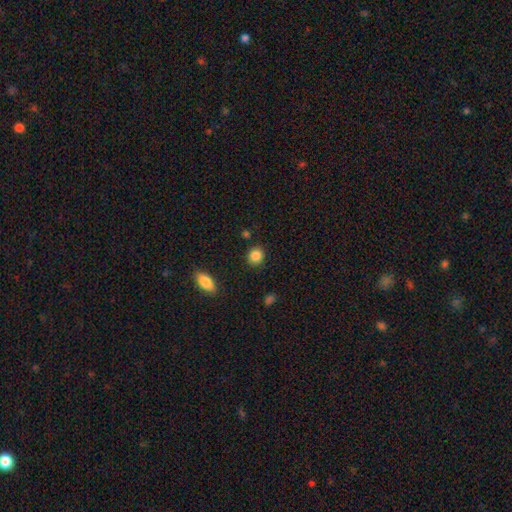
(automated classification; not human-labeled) smooth_or_featured: smooth (p=0.87) [alt: star or artifact p=0.09]
how_rounded: round (p=0.83) [alt: in between p=0.16]
merging: none (p=0.88) [alt: minor disturbance p=0.07]